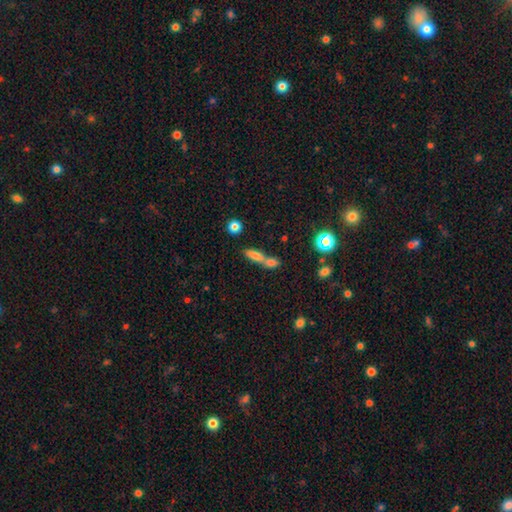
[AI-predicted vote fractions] Q: Smooth or featured?
A: smooth (70%); runner-up: featured or disk (17%)
Q: How rounded?
A: in between (49%); runner-up: cigar-shaped (44%)
Q: Merging?
A: merger (57%); runner-up: none (31%)